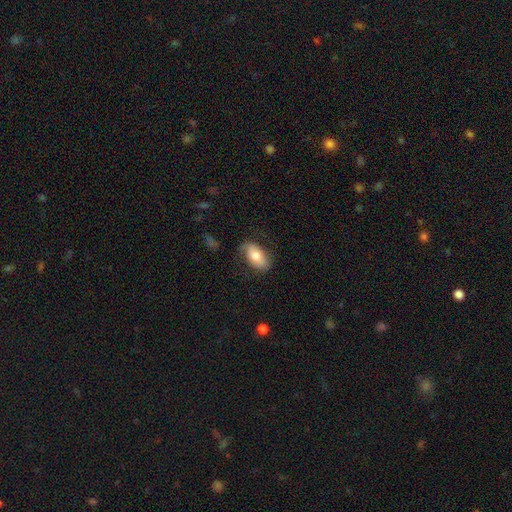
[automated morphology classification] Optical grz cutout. It shows a smooth galaxy with no disk features (70%) that is in between round and cigar-shaped (92%). Merging: none (69%).